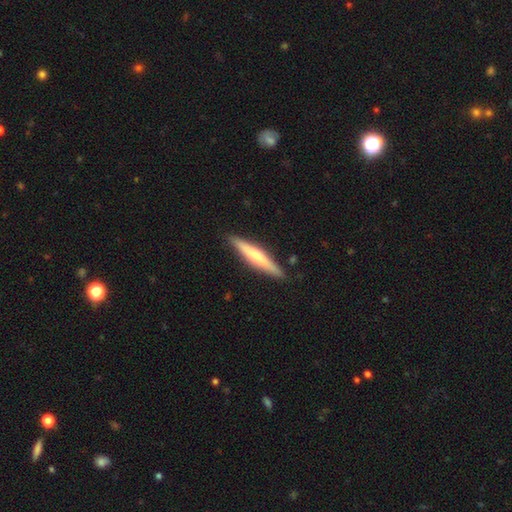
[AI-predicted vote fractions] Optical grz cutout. It shows a smooth galaxy with no disk features (51%) that is cigar-shaped (92%). Merging: none (89%).